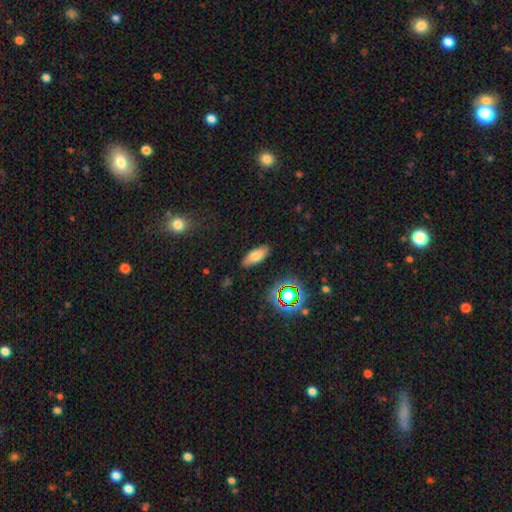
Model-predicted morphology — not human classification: Smooth or featured: smooth — 73% (star or artifact — 14%)
How rounded: in between — 78% (cigar-shaped — 19%)
Merging: none — 86% (minor disturbance — 10%)